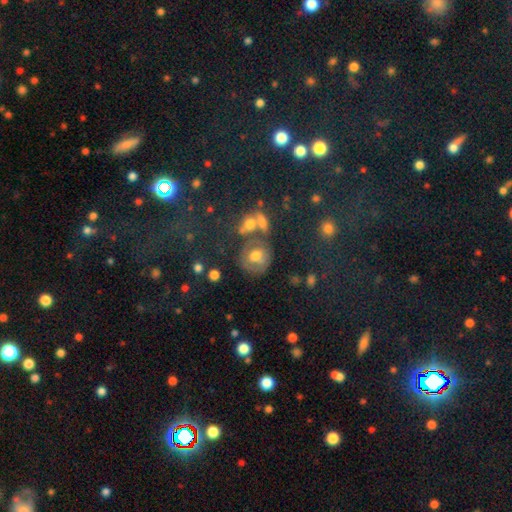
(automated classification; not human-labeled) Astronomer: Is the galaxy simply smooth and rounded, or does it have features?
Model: smooth — 54% (runner-up: featured or disk, 32%).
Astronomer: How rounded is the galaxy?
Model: round — 73%.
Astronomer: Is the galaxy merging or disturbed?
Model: none — 51%.